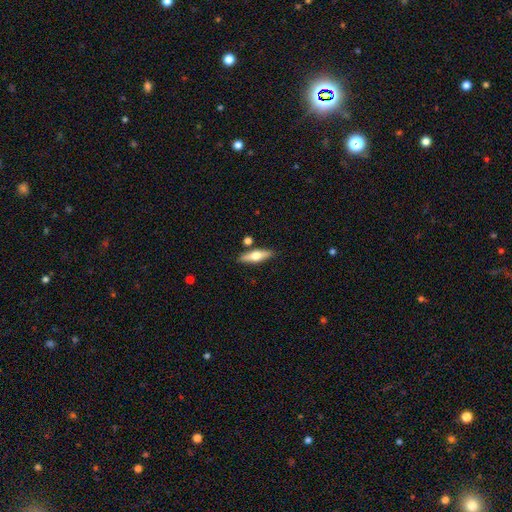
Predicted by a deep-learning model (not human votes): This is possibly a smooth galaxy (48%). Merging: clearly none (82%).